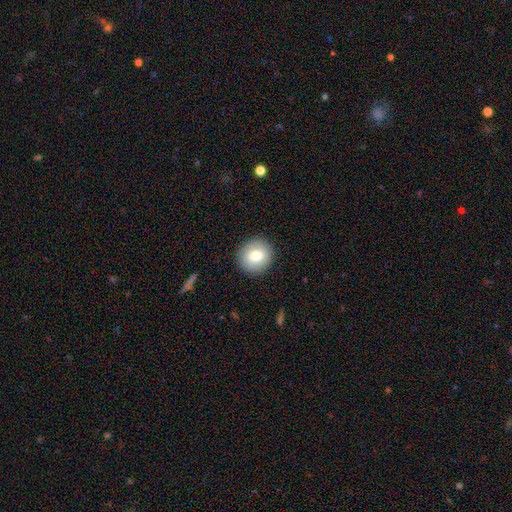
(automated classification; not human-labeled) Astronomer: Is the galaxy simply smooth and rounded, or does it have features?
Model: smooth — 76%.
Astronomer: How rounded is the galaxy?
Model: round — 92%.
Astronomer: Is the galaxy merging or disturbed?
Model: none — 90%.